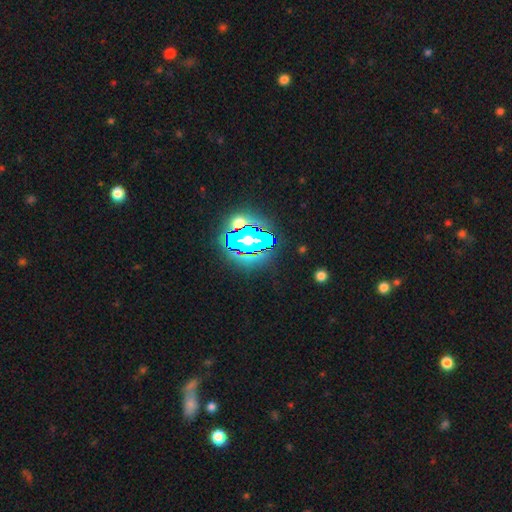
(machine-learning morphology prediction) Q: Smooth or featured?
A: star or artifact (84%); runner-up: smooth (10%)